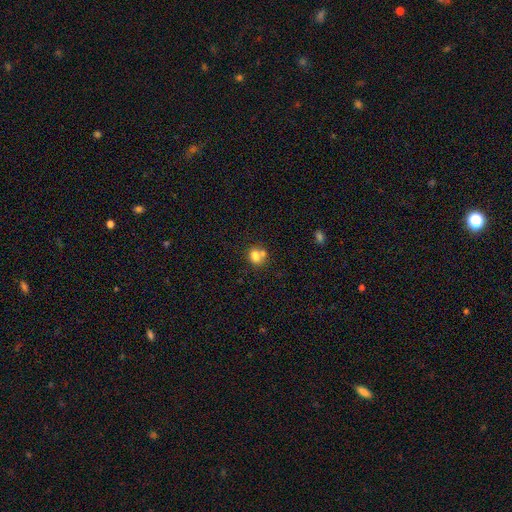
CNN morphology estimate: smooth_or_featured: smooth (p=0.76) [alt: featured or disk p=0.12]
how_rounded: round (p=0.65) [alt: in between p=0.34]
merging: none (p=0.48) [alt: merger p=0.38]